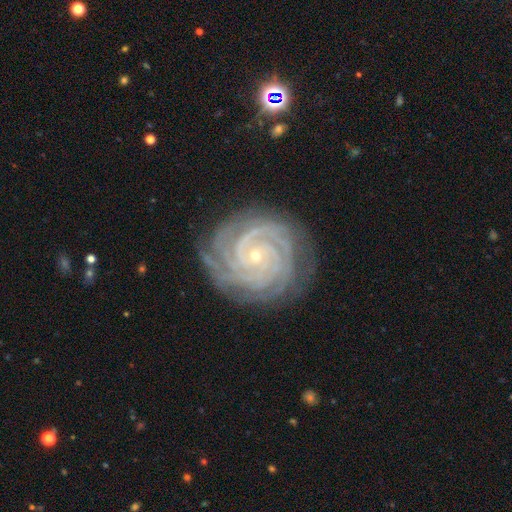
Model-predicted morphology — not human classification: Smooth or featured?
  - featured or disk: 92% *
  - star or artifact: 5%
  - smooth: 3%
Edge-on disk?
  - no: 98% *
  - yes: 2%
Bar?
  - no: 75% *
  - weak: 16%
  - strong: 9%
Spiral arms?
  - yes: 99% *
  - no: 1%
Spiral winding?
  - tight: 87% *
  - medium: 11%
  - loose: 1%
Spiral arm count?
  - 4: 31% *
  - 3: 22%
  - more than 4: 16%
  - 2: 12%
  - can't tell: 12%
  - 1: 8%
Bulge size?
  - small: 86% *
  - moderate: 11%
  - none: 1%
  - large: 1%
  - dominant: 1%
Merging?
  - none: 83% *
  - minor disturbance: 12%
  - major disturbance: 3%
  - merger: 1%